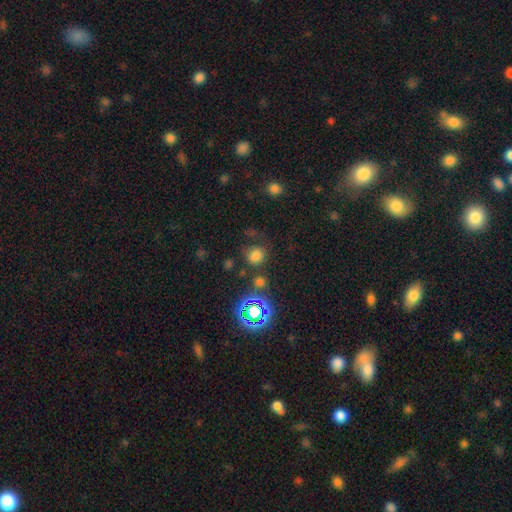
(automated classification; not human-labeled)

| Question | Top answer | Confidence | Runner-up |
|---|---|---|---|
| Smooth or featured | smooth | 68% | star or artifact (24%) |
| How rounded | round | 82% | in between (17%) |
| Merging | none | 67% | minor disturbance (15%) |